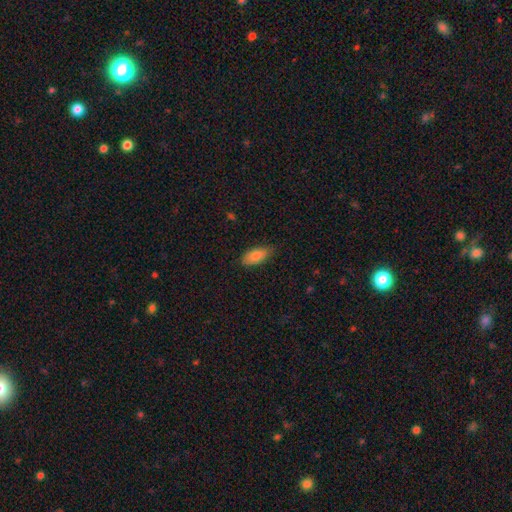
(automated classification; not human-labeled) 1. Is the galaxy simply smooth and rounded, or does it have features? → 83% smooth, 10% featured or disk, 7% star or artifact.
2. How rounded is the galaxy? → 83% in between, 14% cigar-shaped, 2% round.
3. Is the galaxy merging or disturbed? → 81% none, 16% minor disturbance, 2% major disturbance, 1% merger.